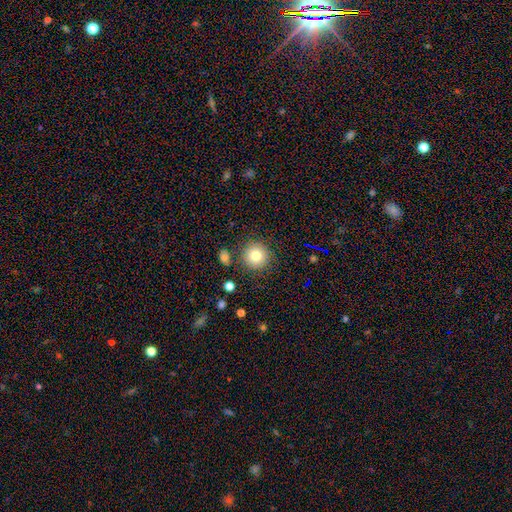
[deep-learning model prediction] Morphology: type=smooth (79%); roundness=round (95%); merging=none (86%).